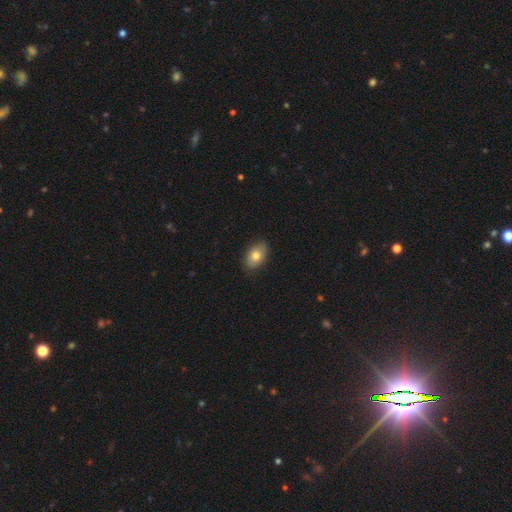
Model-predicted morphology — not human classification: smooth-or-featured: smooth: 78% | featured or disk: 14% | star or artifact: 7%
  how-rounded: in between: 89% | round: 10% | cigar-shaped: 1%
  merging: none: 87% | minor disturbance: 10% | major disturbance: 2% | merger: 1%